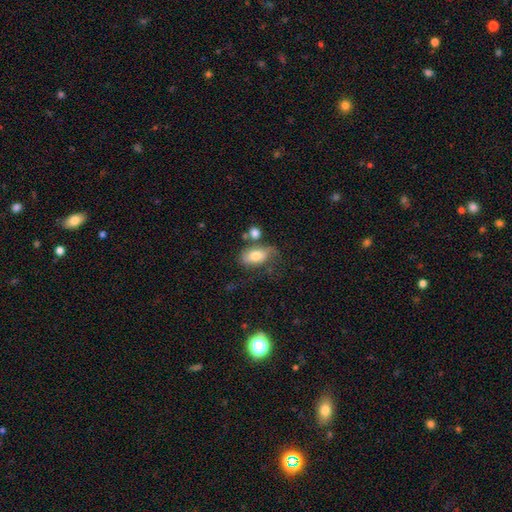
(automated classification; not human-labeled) Smooth or featured? Predicted: smooth (p=0.71). How rounded? Predicted: in between (p=0.90). Merging? Predicted: none (p=0.41).